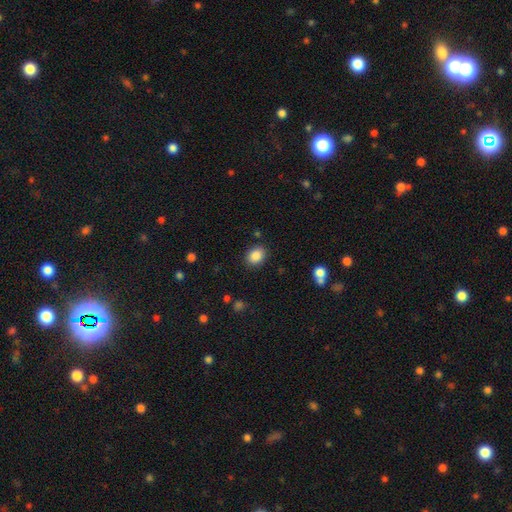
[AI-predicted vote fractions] The model was most divided on "how rounded": in between: 62%, round: 37%, cigar-shaped: 1%. More confident: smooth or featured — smooth (87%); merging — none (86%).